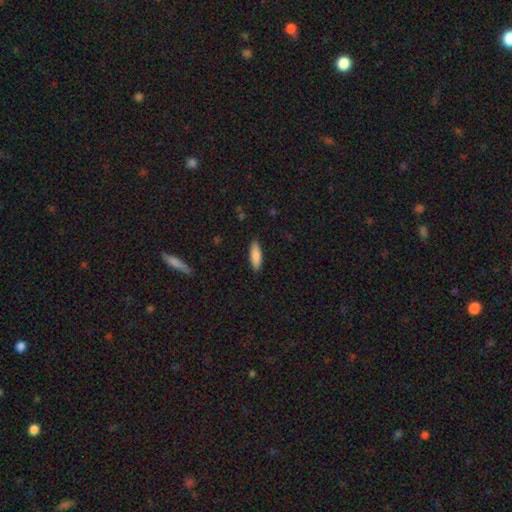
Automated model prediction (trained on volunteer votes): Smooth or featured?
  - smooth: 84% *
  - featured or disk: 10%
  - star or artifact: 6%
How rounded?
  - cigar-shaped: 50% *
  - in between: 48%
  - round: 2%
Merging?
  - none: 88% *
  - minor disturbance: 9%
  - major disturbance: 2%
  - merger: 1%